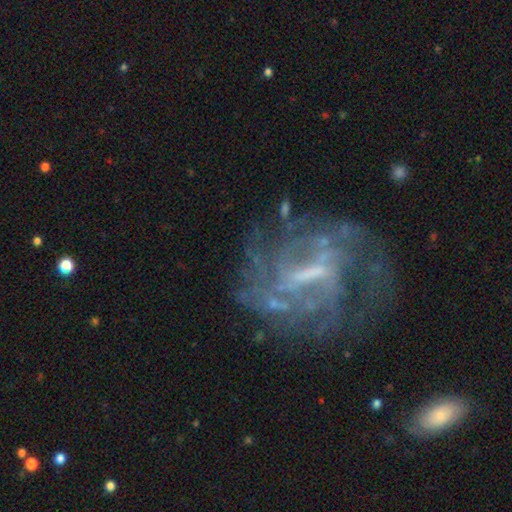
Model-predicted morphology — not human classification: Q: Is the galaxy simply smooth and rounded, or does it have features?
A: featured or disk — 83%.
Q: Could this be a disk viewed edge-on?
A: no — 96%.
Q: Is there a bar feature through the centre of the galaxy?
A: weak — 47%.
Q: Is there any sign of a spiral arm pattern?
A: yes — 85%.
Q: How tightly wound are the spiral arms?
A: medium — 40%, tied with tight.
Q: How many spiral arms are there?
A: can't tell — 44%.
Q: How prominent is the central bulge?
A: small — 38%.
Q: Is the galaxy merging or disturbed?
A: none — 60%.